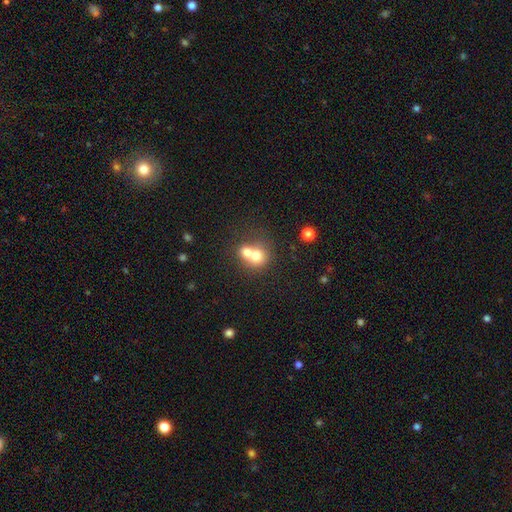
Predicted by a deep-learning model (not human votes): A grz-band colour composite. It shows a smooth galaxy with no disk features (69%) that is round (73%). Merging: merger (68%).